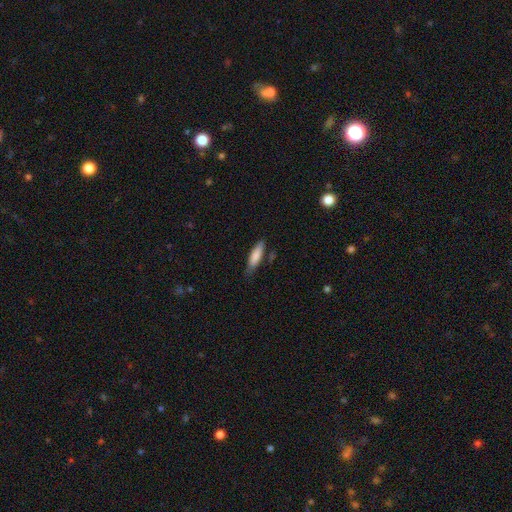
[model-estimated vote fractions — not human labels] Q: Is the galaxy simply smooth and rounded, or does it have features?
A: smooth — 82%.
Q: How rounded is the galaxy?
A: cigar-shaped — 63%.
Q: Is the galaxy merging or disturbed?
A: none — 72%.